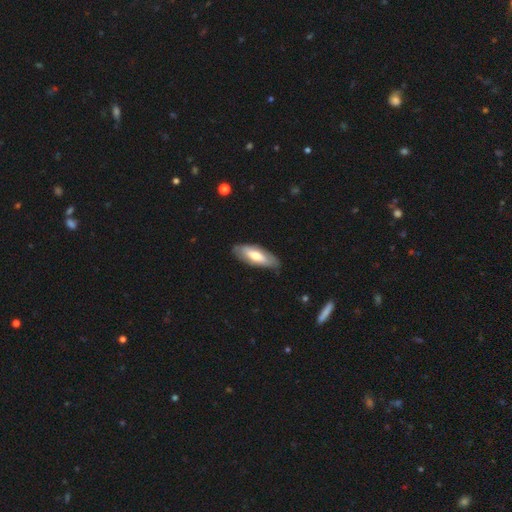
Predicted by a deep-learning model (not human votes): Smooth or featured? smooth (55%)
How rounded? in between (73%)
Merging? none (76%)